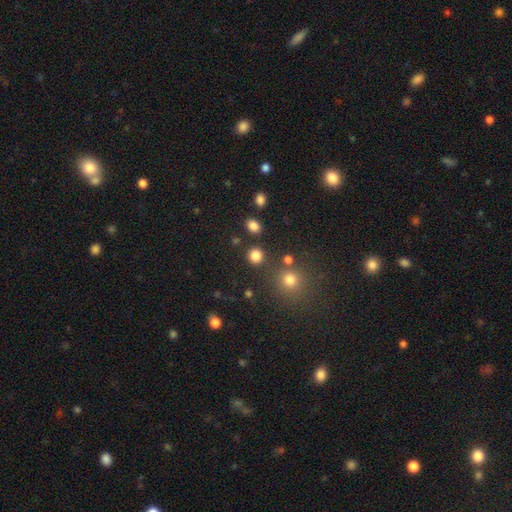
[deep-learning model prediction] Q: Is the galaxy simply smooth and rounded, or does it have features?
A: smooth — 82%.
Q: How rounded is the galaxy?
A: round — 84%.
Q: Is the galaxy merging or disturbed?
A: none — 84%.